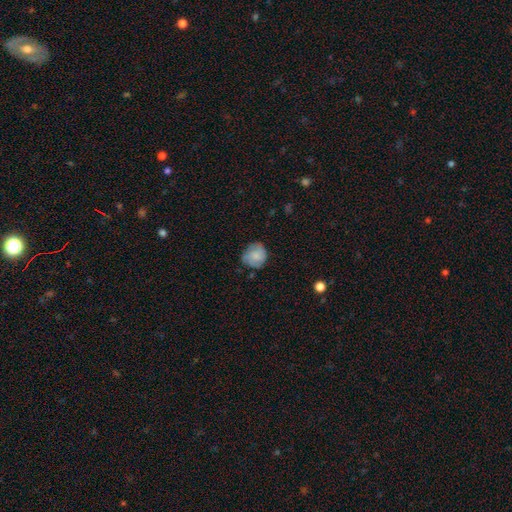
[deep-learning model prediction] smooth_or_featured: smooth (p=0.65) [alt: featured or disk p=0.27]
how_rounded: round (p=0.82) [alt: in between p=0.17]
merging: none (p=0.69) [alt: minor disturbance p=0.23]